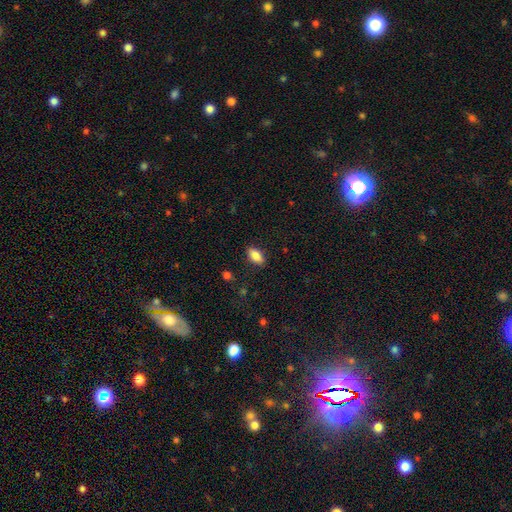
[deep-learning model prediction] smooth-or-featured: smooth: 87% | star or artifact: 8% | featured or disk: 5%
  how-rounded: in between: 90% | cigar-shaped: 6% | round: 4%
  merging: none: 86% | minor disturbance: 10% | major disturbance: 3% | merger: 1%